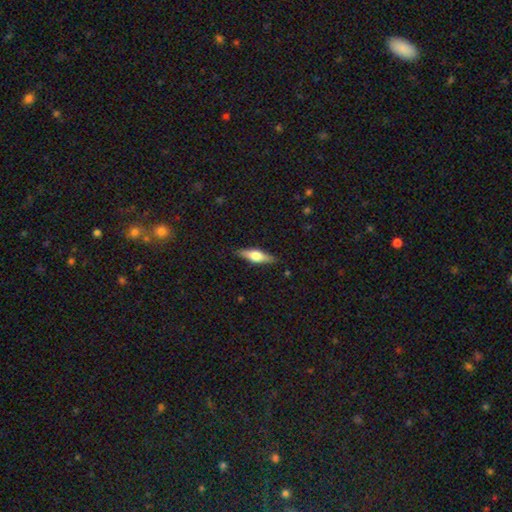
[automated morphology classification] smooth_or_featured: featured or disk (p=0.55) [alt: smooth p=0.39]
disk_edge_on: yes (p=0.95) [alt: no p=0.05]
edge_on_bulge: rounded (p=0.92) [alt: boxy p=0.06]
merging: none (p=0.88) [alt: minor disturbance p=0.09]